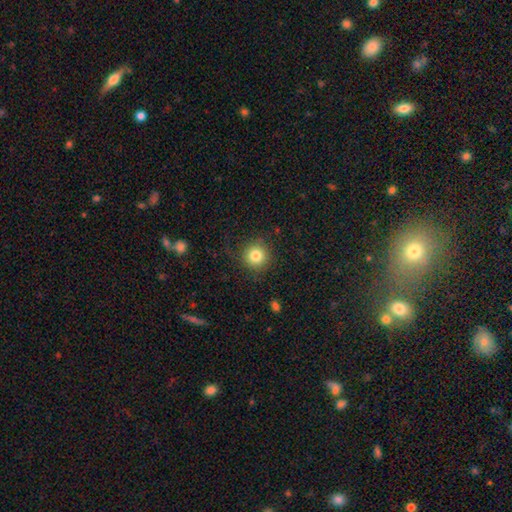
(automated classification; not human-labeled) Smooth or featured?
  - smooth: 82% *
  - star or artifact: 11%
  - featured or disk: 7%
How rounded?
  - round: 94% *
  - in between: 5%
  - cigar-shaped: 1%
Merging?
  - none: 85% *
  - minor disturbance: 10%
  - major disturbance: 4%
  - merger: 1%